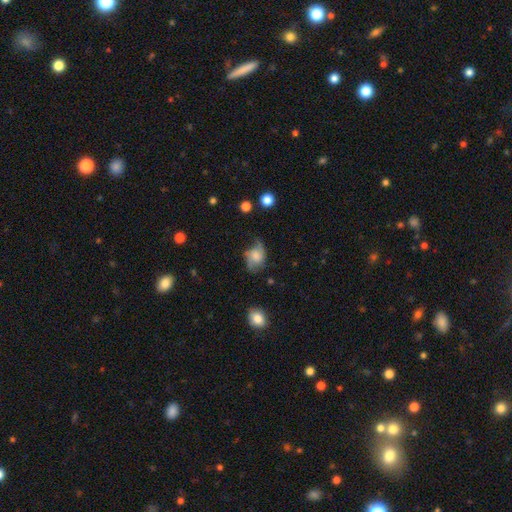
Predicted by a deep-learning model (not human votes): A featured or disk galaxy (47%).

Vote fractions:
- Smooth or featured? featured or disk: 47% / smooth: 44% / star or artifact: 9%
- Merging? none: 51% / minor disturbance: 31% / major disturbance: 15% / merger: 2%